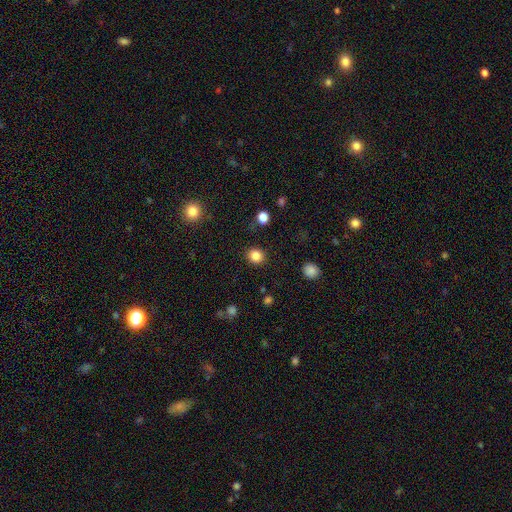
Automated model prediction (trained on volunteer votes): Morphology: type=smooth (85%); roundness=round (83%); merging=none (90%).